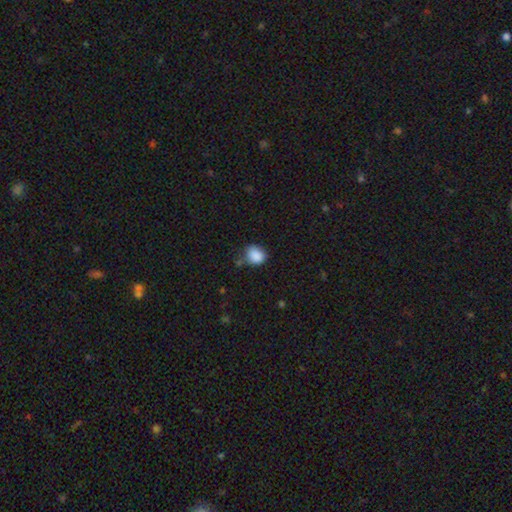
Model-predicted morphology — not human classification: Smooth or featured: smooth — 87% (star or artifact — 9%)
How rounded: round — 63% (in between — 36%)
Merging: none — 60% (minor disturbance — 27%)